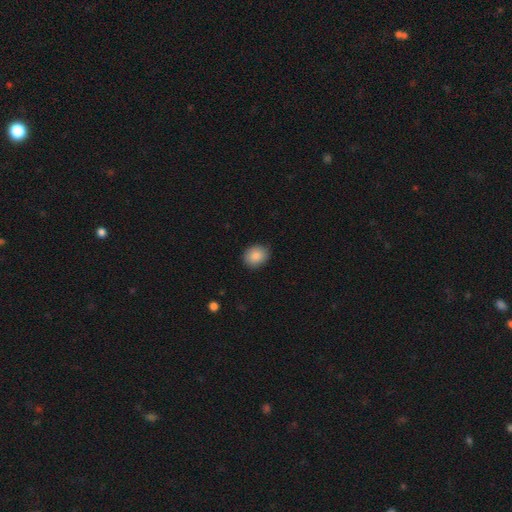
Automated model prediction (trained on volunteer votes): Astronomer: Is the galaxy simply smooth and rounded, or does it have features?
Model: smooth — 87%.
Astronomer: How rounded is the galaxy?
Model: round — 50% (runner-up: in between, 49%).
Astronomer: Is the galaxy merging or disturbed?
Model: none — 86%.